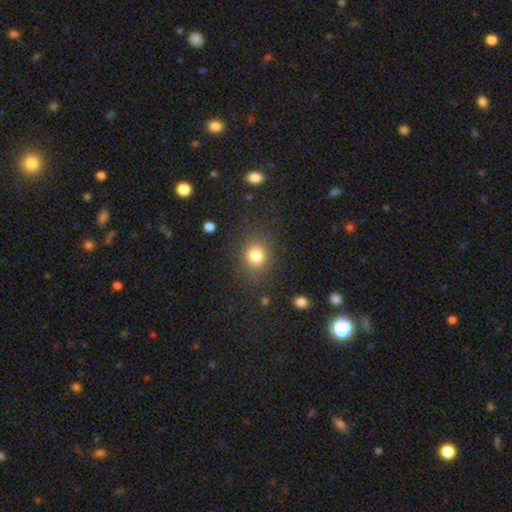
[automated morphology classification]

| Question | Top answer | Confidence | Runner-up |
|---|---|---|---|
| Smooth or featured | smooth | 80% | star or artifact (13%) |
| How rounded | round | 70% | in between (29%) |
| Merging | none | 81% | minor disturbance (11%) |